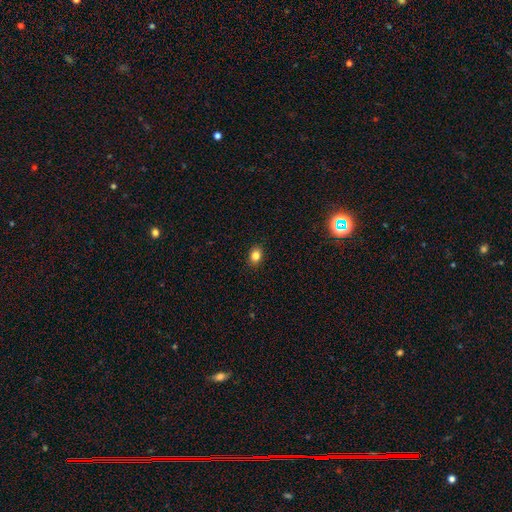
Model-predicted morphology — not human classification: This is clearly a smooth galaxy (83%). How rounded: possibly in between (57%). Merging: clearly none (90%).